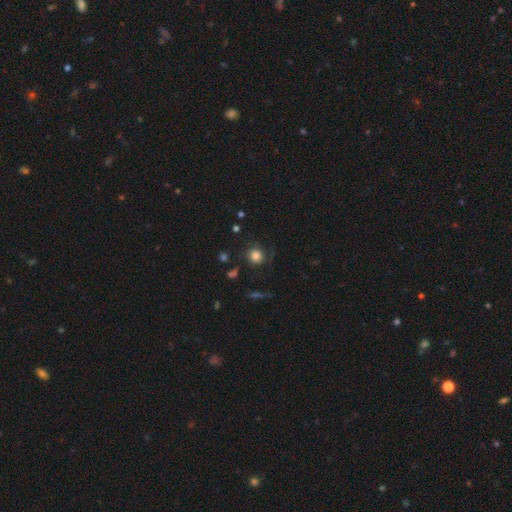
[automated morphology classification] The model was most divided on "merging": none: 73%, minor disturbance: 16%, major disturbance: 9%, merger: 2%. More confident: how rounded — round (89%); smooth or featured — smooth (78%).